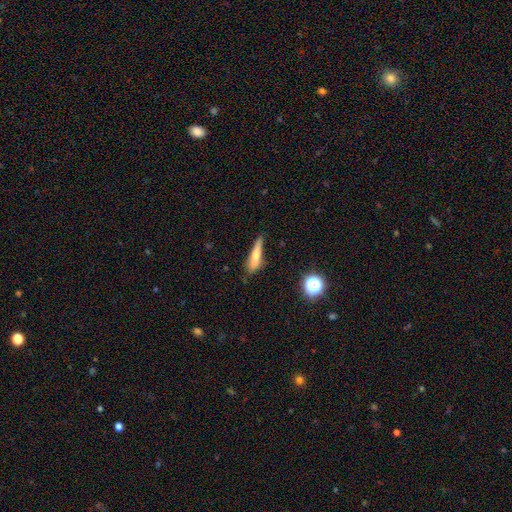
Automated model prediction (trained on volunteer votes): The model was most divided on "merging": none: 66%, minor disturbance: 26%, major disturbance: 6%, merger: 3%. More confident: how rounded — cigar-shaped (82%); smooth or featured — smooth (67%).